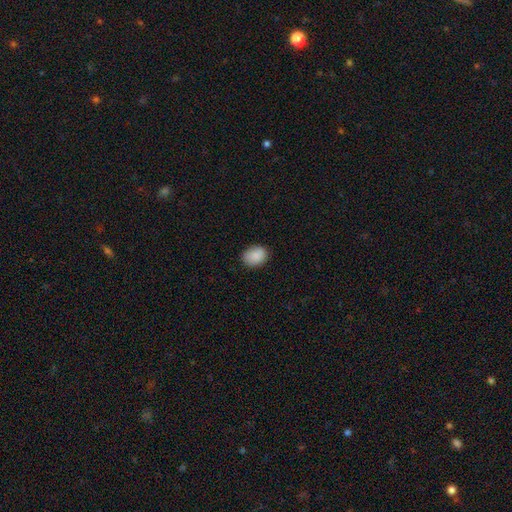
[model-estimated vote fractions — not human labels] The model was most divided on "how rounded": in between: 62%, round: 37%, cigar-shaped: 1%. More confident: smooth or featured — smooth (89%); merging — none (85%).